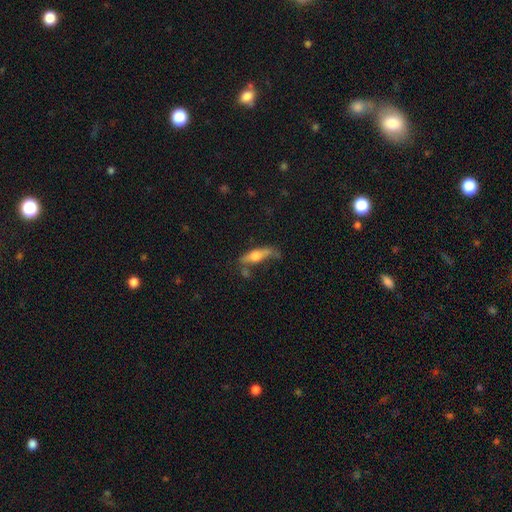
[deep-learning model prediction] Smooth or featured: smooth — 47% (featured or disk — 46%)
Merging: none — 54% (minor disturbance — 25%)